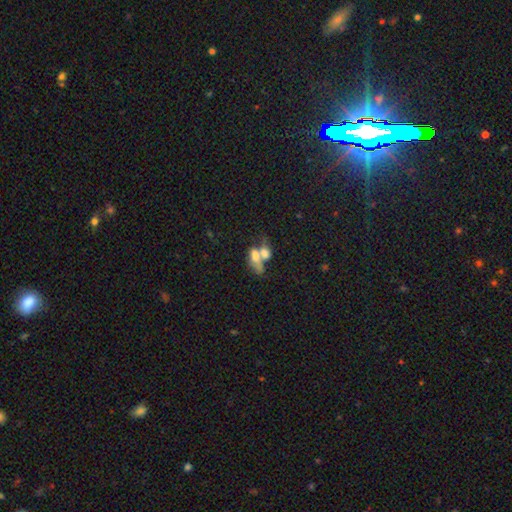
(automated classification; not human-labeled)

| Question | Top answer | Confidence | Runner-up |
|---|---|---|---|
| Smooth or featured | smooth | 63% | featured or disk (26%) |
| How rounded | in between | 77% | round (14%) |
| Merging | merger | 69% | none (15%) |